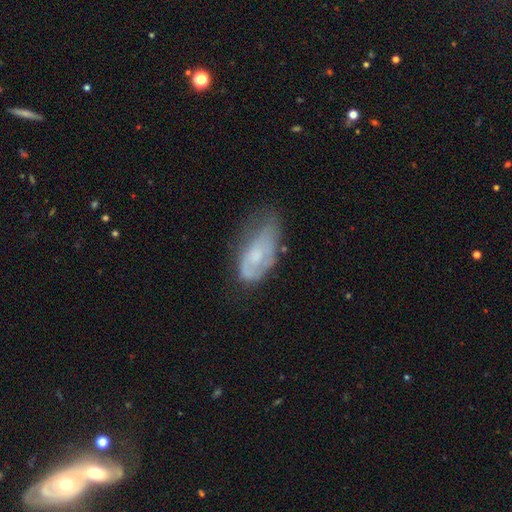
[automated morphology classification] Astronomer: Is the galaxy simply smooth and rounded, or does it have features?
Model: featured or disk — 49% (runner-up: smooth, 43%).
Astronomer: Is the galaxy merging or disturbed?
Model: none — 40% (runner-up: minor disturbance, 34%).